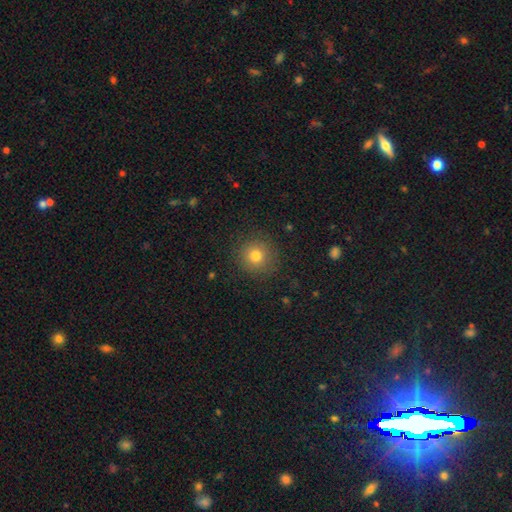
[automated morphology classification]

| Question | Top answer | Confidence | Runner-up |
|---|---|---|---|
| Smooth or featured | smooth | 78% | star or artifact (13%) |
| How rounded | round | 94% | in between (5%) |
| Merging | none | 88% | minor disturbance (8%) |